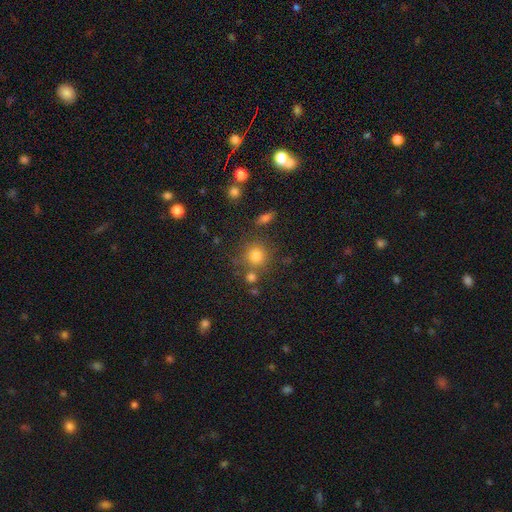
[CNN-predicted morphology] This is likely a smooth galaxy (78%). How rounded: clearly round (91%). Merging: likely none (73%).